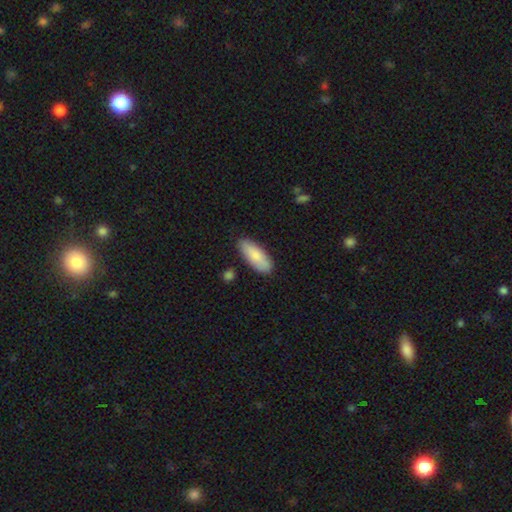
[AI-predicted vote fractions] smooth_or_featured: smooth (p=0.82) [alt: featured or disk p=0.12]
how_rounded: in between (p=0.77) [alt: cigar-shaped p=0.22]
merging: none (p=0.83) [alt: minor disturbance p=0.13]